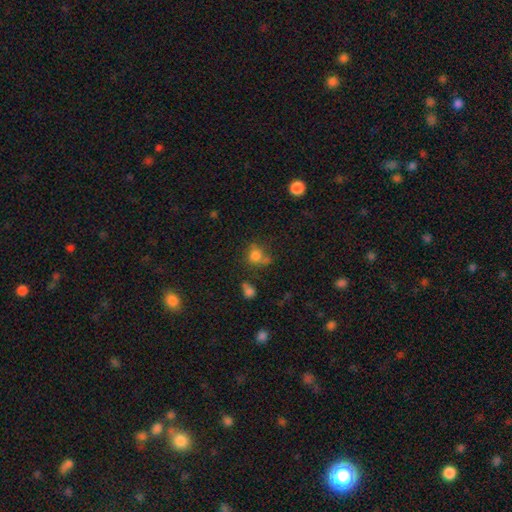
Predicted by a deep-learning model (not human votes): Smooth or featured: smooth — 75% (star or artifact — 15%)
How rounded: round — 63% (in between — 35%)
Merging: none — 48% (minor disturbance — 22%)